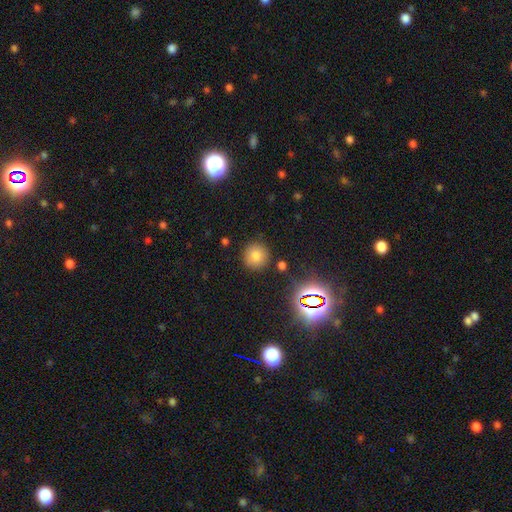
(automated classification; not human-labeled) Smooth or featured? Predicted: smooth (p=0.73). How rounded? Predicted: round (p=0.93). Merging? Predicted: none (p=0.87).